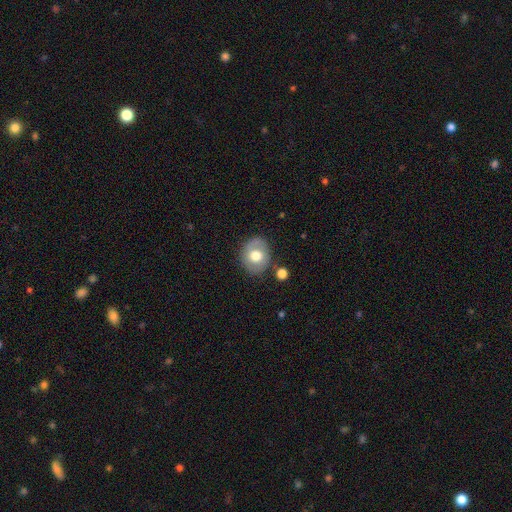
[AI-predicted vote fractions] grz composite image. It shows a smooth galaxy with no disk features (59%) that is round (65%). Merging: none (78%).